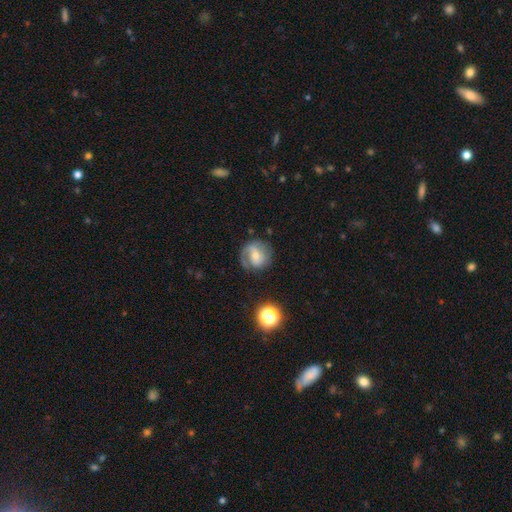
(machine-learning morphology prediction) Smooth or featured? Predicted: featured or disk (p=0.63). Edge-on disk? Predicted: no (p=0.97). Bar? Predicted: weak (p=0.44). Spiral arms? Predicted: yes (p=0.85). Spiral winding? Predicted: medium (p=0.42). Spiral arm count? Predicted: 2 (p=0.55). Bulge size? Predicted: small (p=0.49). Merging? Predicted: none (p=0.65).